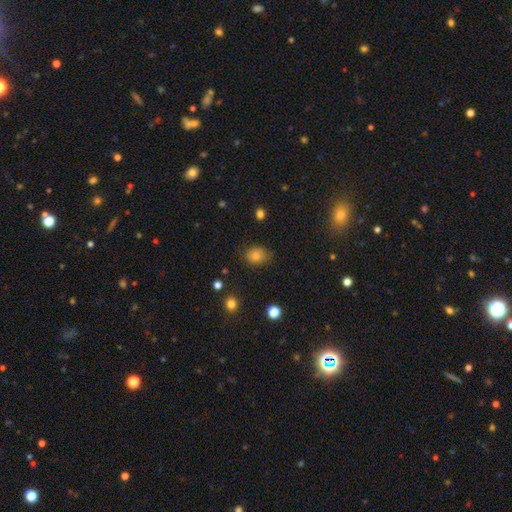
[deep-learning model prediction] smooth 78%, star or artifact 14%, featured or disk 9%. Down the decision tree: how rounded — round (59%); merging — none (79%).